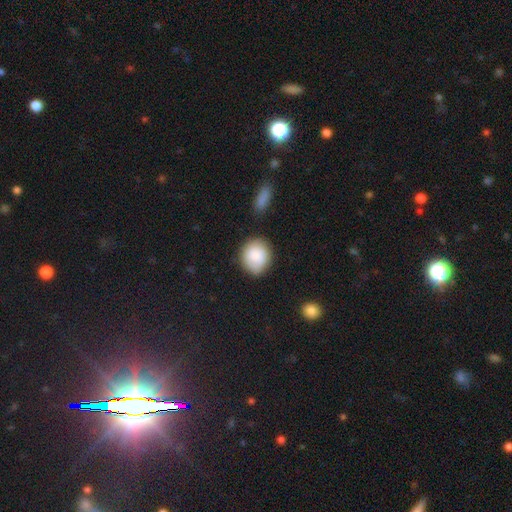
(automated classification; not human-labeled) Q: Smooth or featured?
A: smooth (86%); runner-up: featured or disk (7%)
Q: How rounded?
A: round (77%); runner-up: in between (22%)
Q: Merging?
A: none (77%); runner-up: minor disturbance (16%)